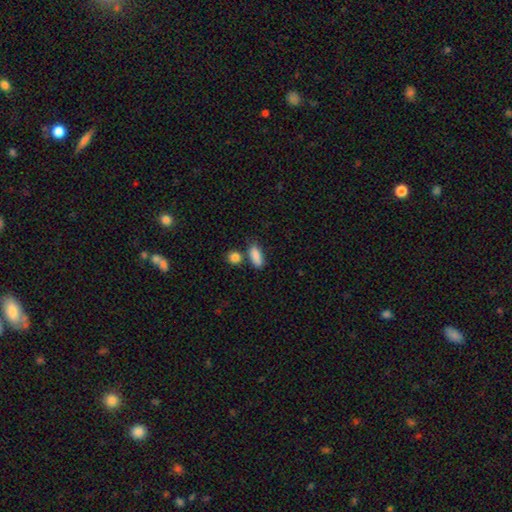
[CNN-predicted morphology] type=smooth (88%); roundness=in between (73%); merging=none (69%).